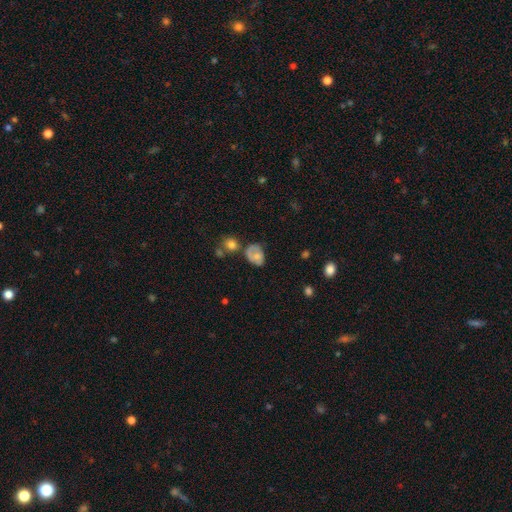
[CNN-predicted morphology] This appears to be a smooth galaxy with no disk features (53%) that is in between round and cigar-shaped (67%). Merging: none (41%).